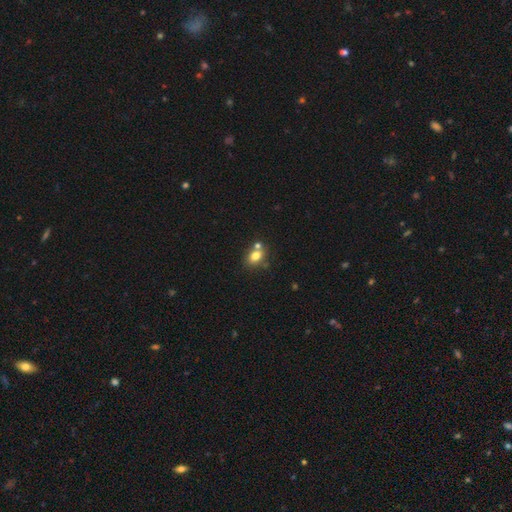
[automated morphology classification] type=smooth (76%); roundness=in between (63%); merging=none (56%).